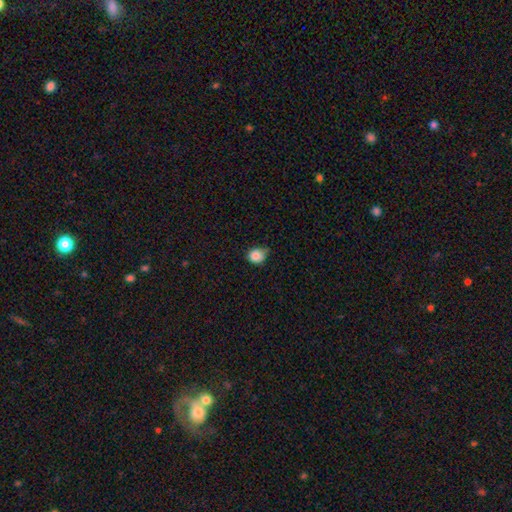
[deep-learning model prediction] Morphology: type=smooth (85%); roundness=round (76%); merging=none (54%).